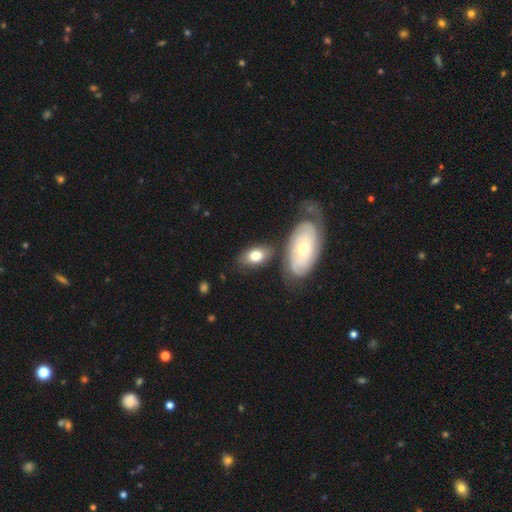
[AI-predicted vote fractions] Smooth or featured: smooth — 66% (featured or disk — 28%)
How rounded: in between — 90% (round — 8%)
Merging: none — 67% (minor disturbance — 16%)